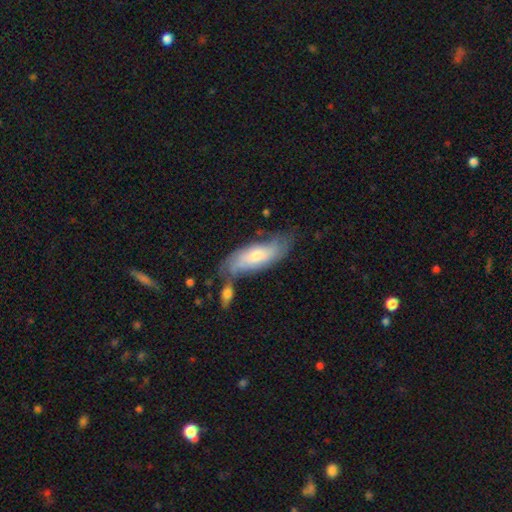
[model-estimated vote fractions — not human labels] Smooth or featured? smooth (51%)
How rounded? in between (69%)
Merging? none (51%)